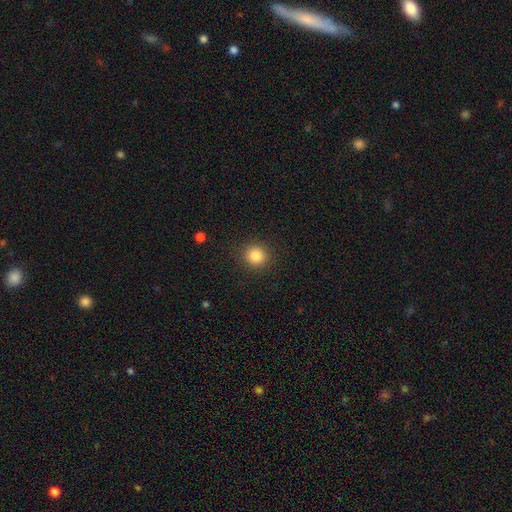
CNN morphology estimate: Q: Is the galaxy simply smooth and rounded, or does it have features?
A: smooth — 85%.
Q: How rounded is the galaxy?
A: round — 91%.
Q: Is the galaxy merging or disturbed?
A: none — 90%.